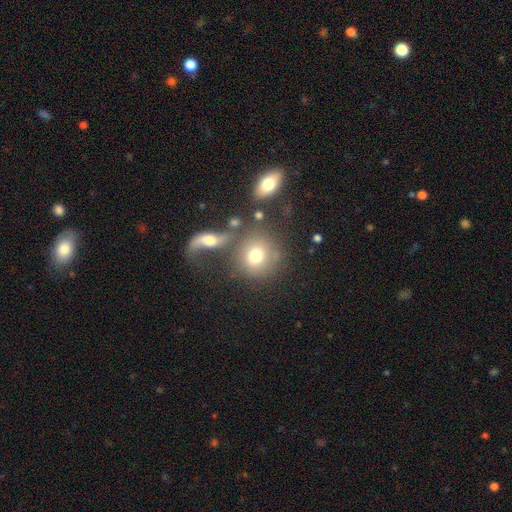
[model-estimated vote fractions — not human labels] Overall: smooth (72%). How rounded: round (85%). Merging: none (60%).